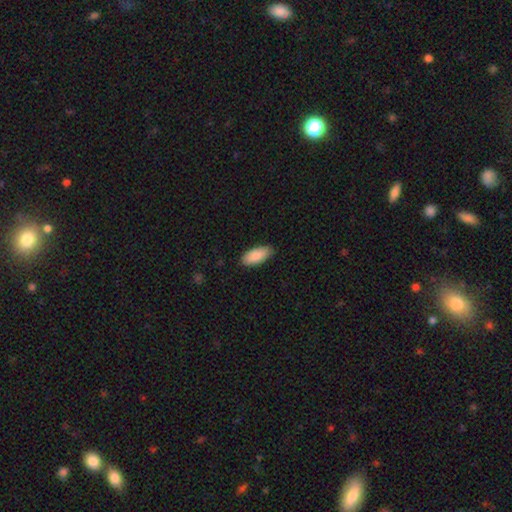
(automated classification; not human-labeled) The model was most divided on "merging": none: 85%, minor disturbance: 12%, major disturbance: 2%, merger: 1%. More confident: how rounded — in between (89%); smooth or featured — smooth (88%).